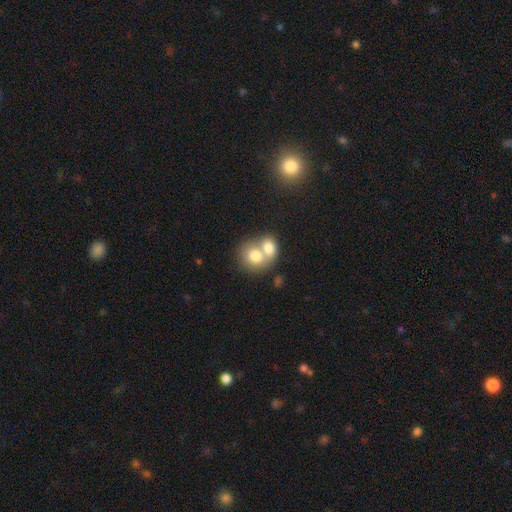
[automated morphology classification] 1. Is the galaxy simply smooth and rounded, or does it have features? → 74% smooth, 18% featured or disk, 8% star or artifact.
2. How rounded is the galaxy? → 58% round, 41% in between, 1% cigar-shaped.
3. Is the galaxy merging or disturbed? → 70% merger, 21% none, 6% minor disturbance, 3% major disturbance.